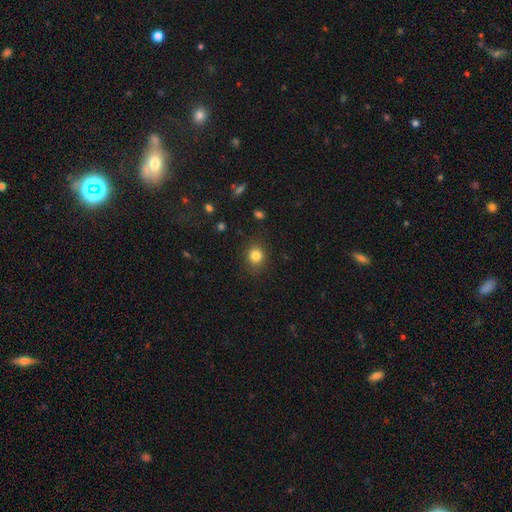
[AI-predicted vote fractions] Smooth or featured? smooth (83%)
How rounded? round (79%)
Merging? none (86%)